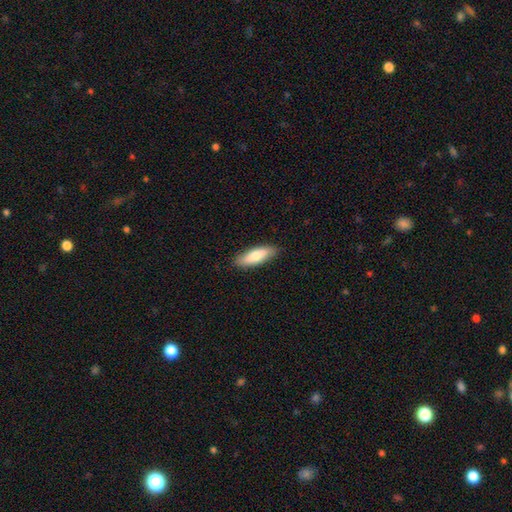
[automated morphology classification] Smooth or featured? smooth (77%)
How rounded? in between (60%)
Merging? none (88%)